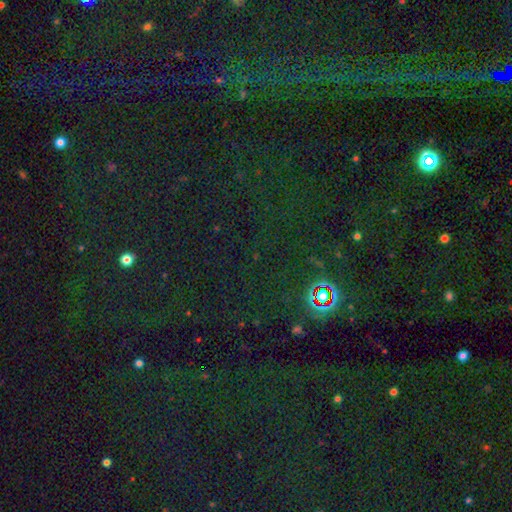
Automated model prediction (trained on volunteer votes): star or artifact 81%, smooth 12%, featured or disk 8%.